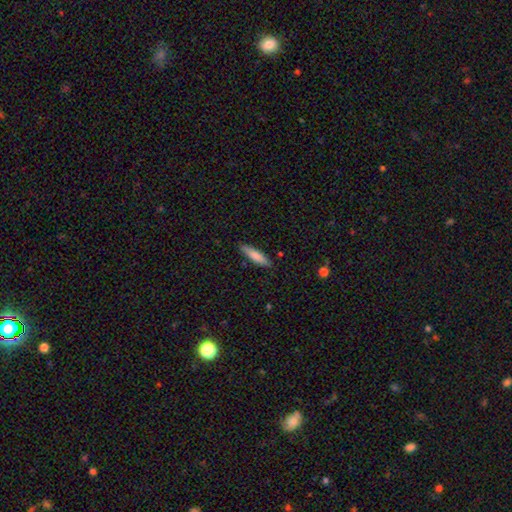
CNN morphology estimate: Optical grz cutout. It shows a smooth galaxy with no disk features (80%) that is cigar-shaped (75%). Merging: none (86%).